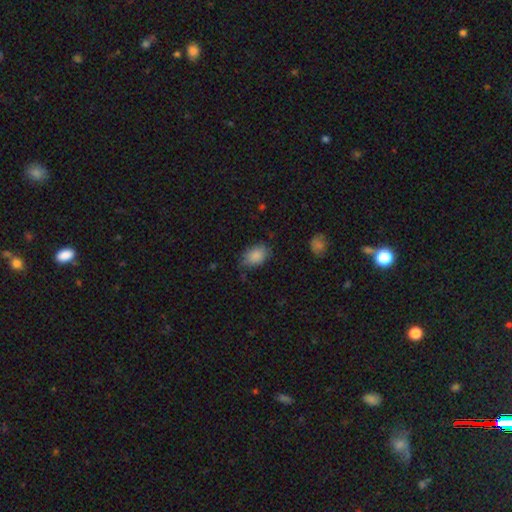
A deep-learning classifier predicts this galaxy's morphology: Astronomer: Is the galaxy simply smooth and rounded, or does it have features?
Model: smooth — 86%.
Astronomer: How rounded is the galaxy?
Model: in between — 82%.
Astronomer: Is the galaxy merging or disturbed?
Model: none — 66%.